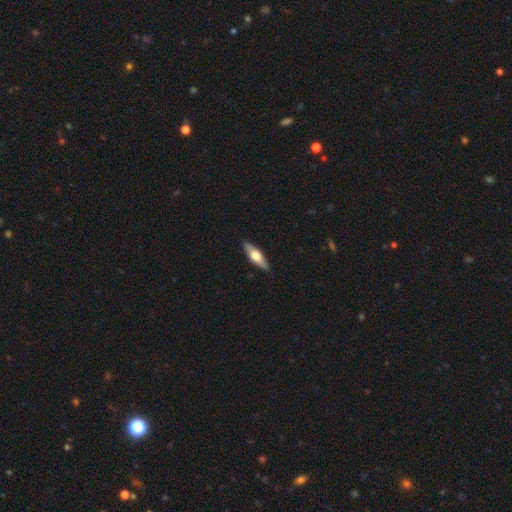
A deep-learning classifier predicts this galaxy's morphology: A featured or disk galaxy (51%) viewed edge-on (90%).

Vote fractions:
- Smooth or featured? featured or disk: 51% / smooth: 44% / star or artifact: 5%
- Edge-on disk? yes: 90% / no: 10%
- Merging? none: 88% / minor disturbance: 9% / major disturbance: 2% / merger: 1%